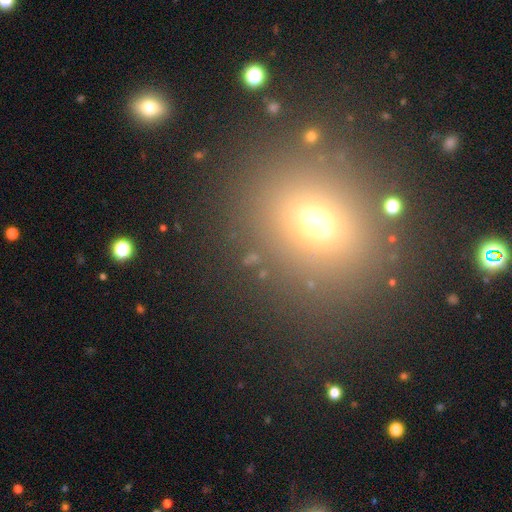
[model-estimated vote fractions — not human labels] A smooth galaxy with no disk features (63%) that is round (64%).

Vote fractions:
- Smooth or featured? smooth: 63% / star or artifact: 27% / featured or disk: 10%
- How rounded? round: 64% / in between: 34% / cigar-shaped: 2%
- Merging? none: 83% / minor disturbance: 8% / major disturbance: 5% / merger: 4%